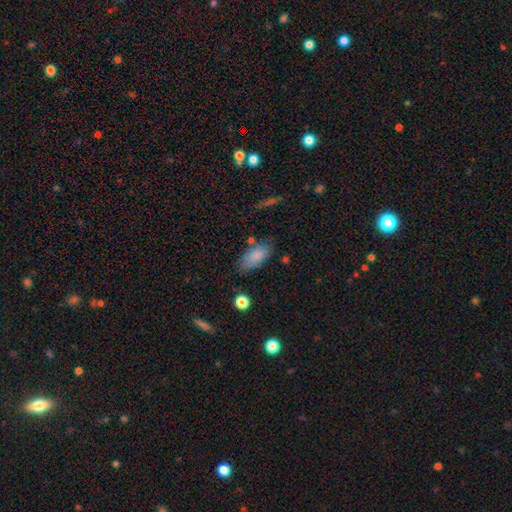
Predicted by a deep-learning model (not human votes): smooth 84%, featured or disk 9%, star or artifact 8%. Down the decision tree: how rounded — in between (89%); merging — none (70%).